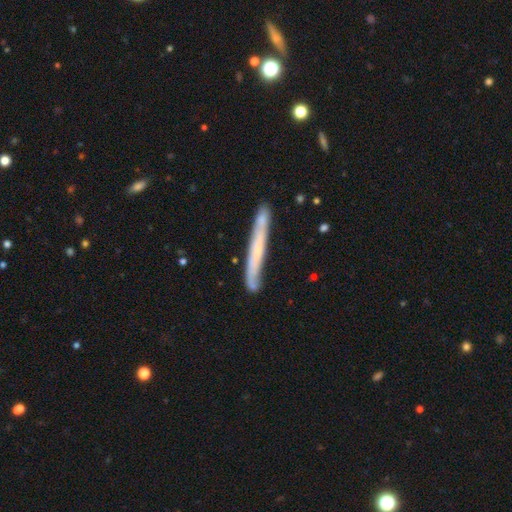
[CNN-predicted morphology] A featured or disk galaxy (54%) viewed edge-on (87%).

Vote fractions:
- Smooth or featured? featured or disk: 54% / smooth: 39% / star or artifact: 7%
- Edge-on disk? yes: 87% / no: 13%
- Merging? none: 81% / minor disturbance: 14% / merger: 3% / major disturbance: 2%